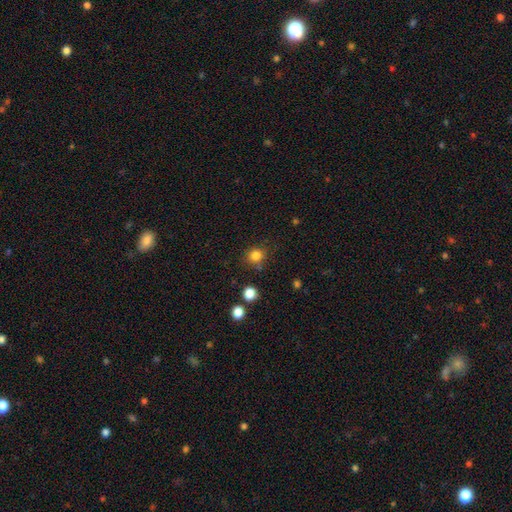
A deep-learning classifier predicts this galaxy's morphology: Smooth or featured? Predicted: smooth (p=0.82). How rounded? Predicted: round (p=0.86). Merging? Predicted: none (p=0.78).